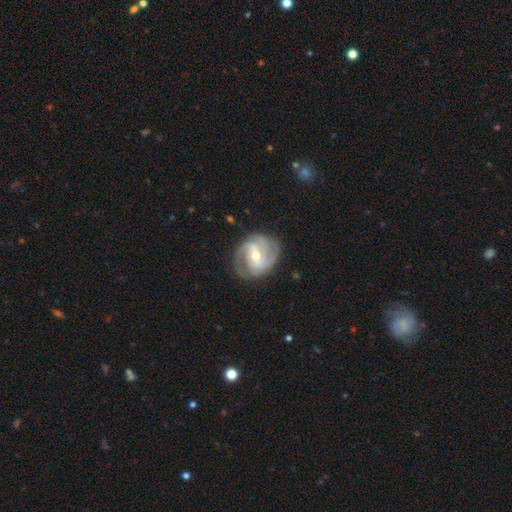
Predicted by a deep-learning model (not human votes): featured or disk 85%, smooth 9%, star or artifact 5%. Down the decision tree: edge-on disk — no (97%); bar — weak (45%); spiral arms — yes (96%); spiral arm count — 3 (38%); spiral winding — medium (48%); bulge size — moderate (53%); merging — none (77%).